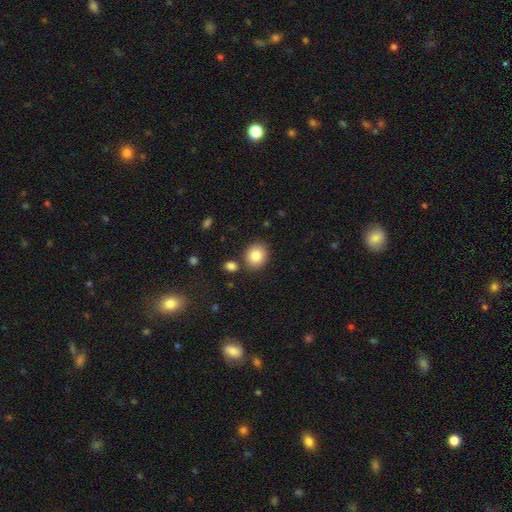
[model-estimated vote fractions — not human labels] A smooth galaxy with no disk features (85%) that is round (73%). Merging: none (80%).